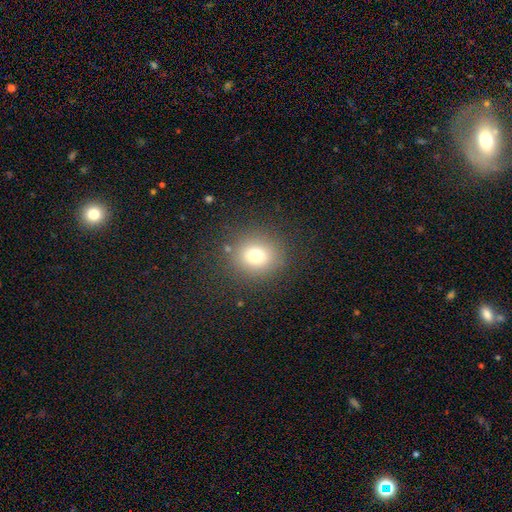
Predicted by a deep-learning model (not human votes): Smooth or featured? Predicted: smooth (p=0.74). How rounded? Predicted: round (p=0.86). Merging? Predicted: none (p=0.86).